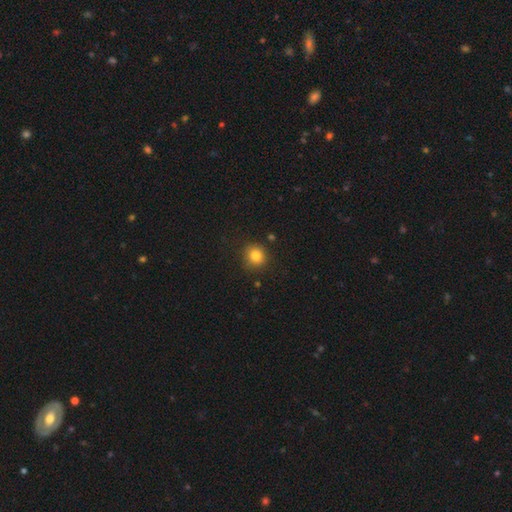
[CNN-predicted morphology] Smooth or featured? Predicted: smooth (p=0.83). How rounded? Predicted: round (p=0.89). Merging? Predicted: none (p=0.86).